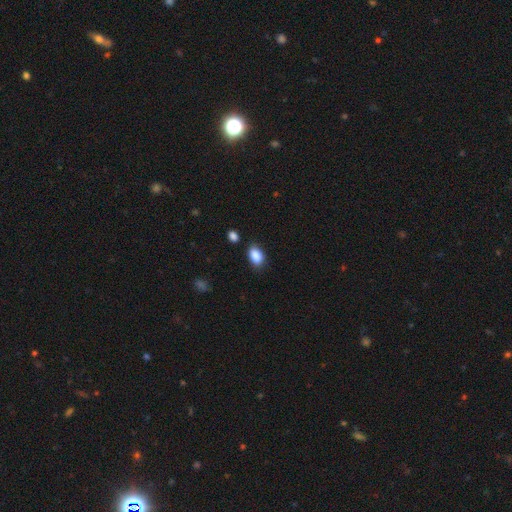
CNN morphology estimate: Q: Smooth or featured?
A: smooth (88%); runner-up: star or artifact (8%)
Q: How rounded?
A: in between (87%); runner-up: round (11%)
Q: Merging?
A: none (79%); runner-up: minor disturbance (15%)